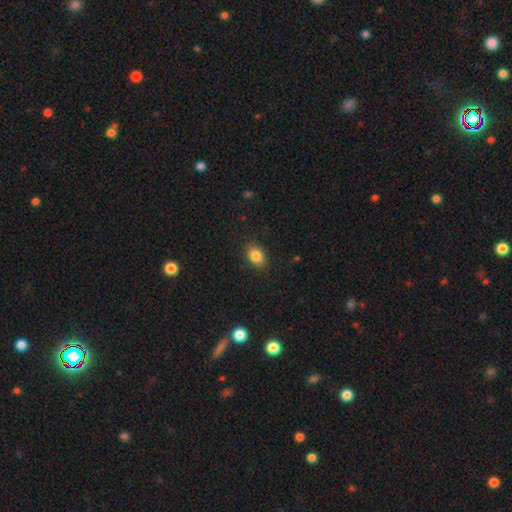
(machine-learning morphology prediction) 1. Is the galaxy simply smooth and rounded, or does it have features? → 86% smooth, 9% star or artifact, 5% featured or disk.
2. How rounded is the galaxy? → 75% in between, 24% round, 1% cigar-shaped.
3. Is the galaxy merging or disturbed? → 87% none, 9% minor disturbance, 3% major disturbance, 1% merger.